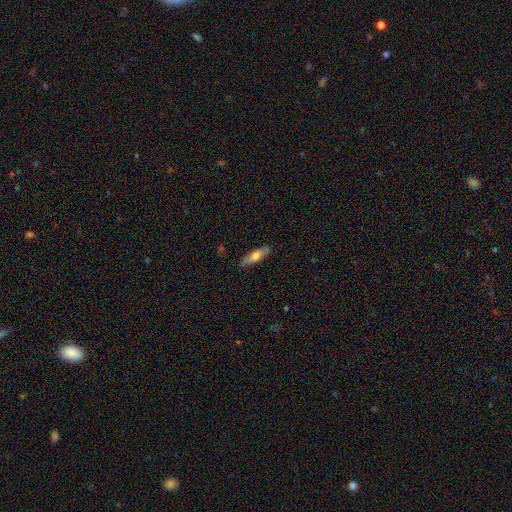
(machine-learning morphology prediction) type=smooth (65%); roundness=cigar-shaped (56%); merging=none (83%).